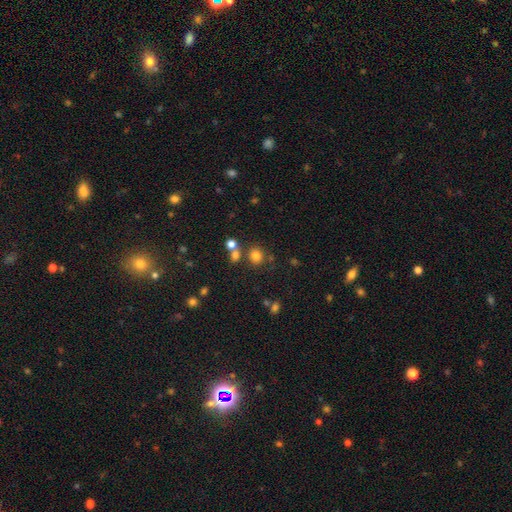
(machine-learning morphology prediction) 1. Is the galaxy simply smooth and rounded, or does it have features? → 77% smooth, 16% star or artifact, 7% featured or disk.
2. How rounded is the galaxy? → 83% round, 16% in between, 1% cigar-shaped.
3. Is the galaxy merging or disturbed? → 70% none, 16% merger, 9% minor disturbance, 4% major disturbance.